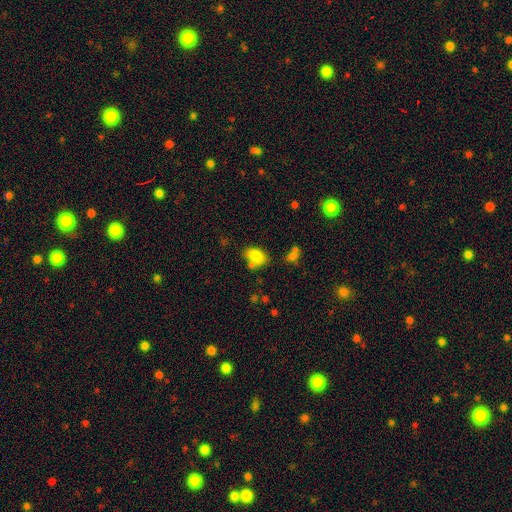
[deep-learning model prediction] This appears to be a smooth galaxy with no disk features (81%) that is in between round and cigar-shaped (83%). Merging: none (61%).